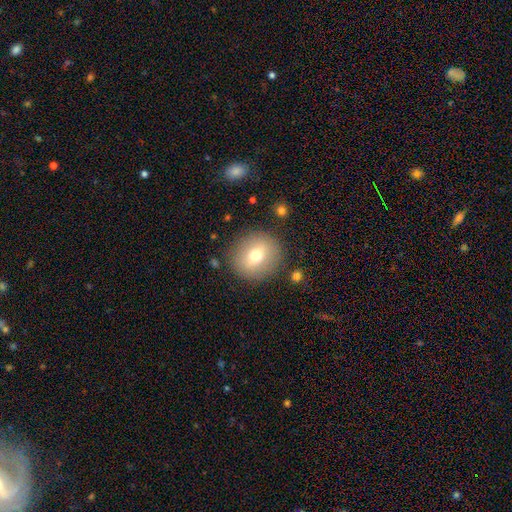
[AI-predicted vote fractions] smooth-or-featured: smooth: 66% | featured or disk: 24% | star or artifact: 10%
  how-rounded: round: 90% | in between: 9% | cigar-shaped: 1%
  merging: none: 86% | minor disturbance: 8% | major disturbance: 3% | merger: 2%